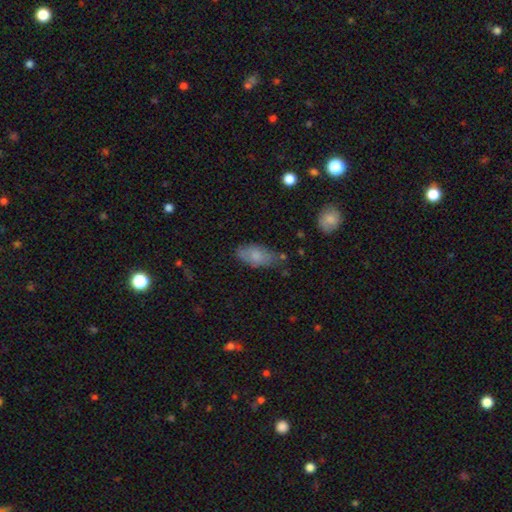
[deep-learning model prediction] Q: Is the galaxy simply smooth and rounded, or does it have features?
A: smooth — 77%.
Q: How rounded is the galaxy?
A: in between — 89%.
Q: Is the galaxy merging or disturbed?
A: none — 60%.